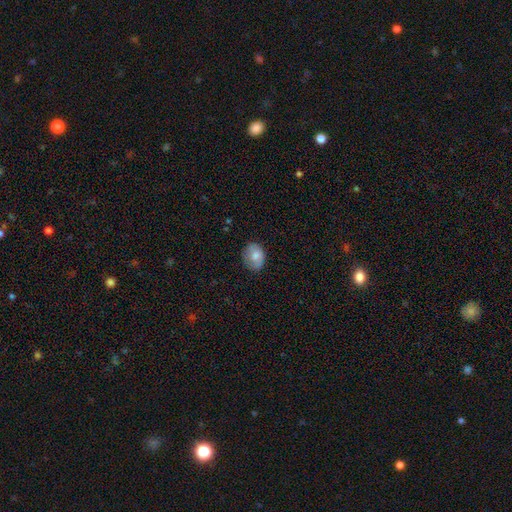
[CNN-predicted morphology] The model was most divided on "how rounded": in between: 54%, round: 45%, cigar-shaped: 1%. More confident: smooth or featured — smooth (74%); merging — none (73%).